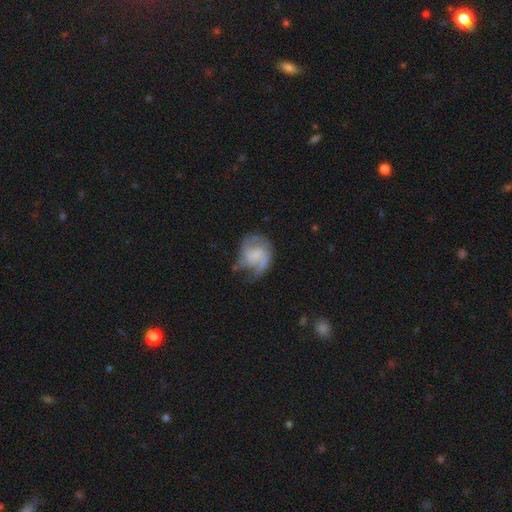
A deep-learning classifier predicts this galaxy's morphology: A featured or disk galaxy (66%) with no bar (58%), 2 (49%) medium (45%) spiral arms (87%) and no central bulge (43%).

Vote fractions:
- Smooth or featured? featured or disk: 66% / smooth: 27% / star or artifact: 7%
- Edge-on disk? no: 98% / yes: 2%
- Bar? no: 58% / weak: 35% / strong: 7%
- Spiral arms? yes: 87% / no: 13%
- Spiral winding? medium: 45% / loose: 32% / tight: 23%
- Spiral arm count? 2: 49% / 1: 18% / can't tell: 16% / 3: 12% / 4: 3% / more than 4: 2%
- Bulge size? none: 43% / small: 26% / moderate: 21% / large: 9% / dominant: 2%
- Merging? none: 44% / major disturbance: 27% / minor disturbance: 26% / merger: 3%